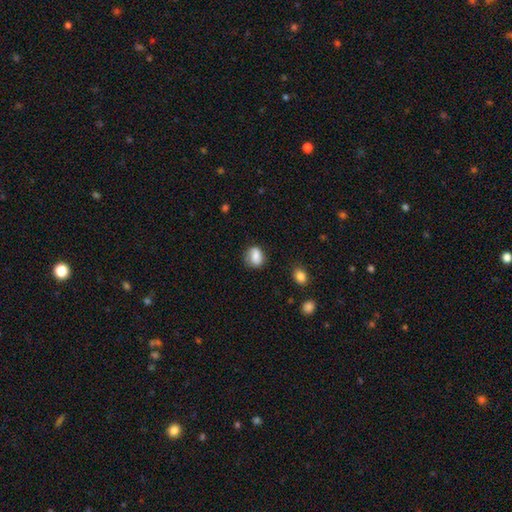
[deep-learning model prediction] Overall: smooth (75%). How rounded: round (52%; in between 46%). Merging: none (68%).